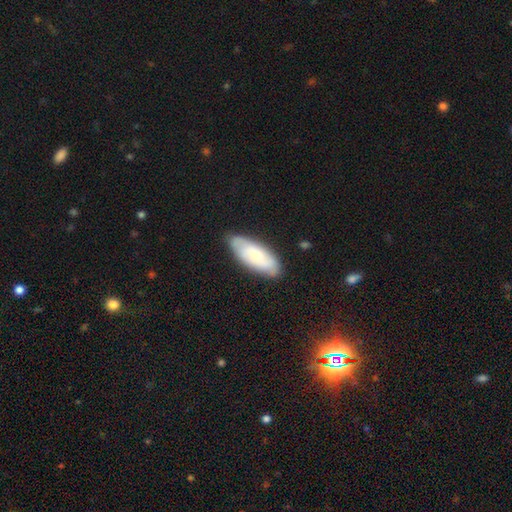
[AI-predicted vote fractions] smooth-or-featured: smooth: 63% | featured or disk: 30% | star or artifact: 6%
  how-rounded: in between: 74% | cigar-shaped: 24% | round: 2%
  merging: none: 79% | minor disturbance: 16% | major disturbance: 3% | merger: 2%